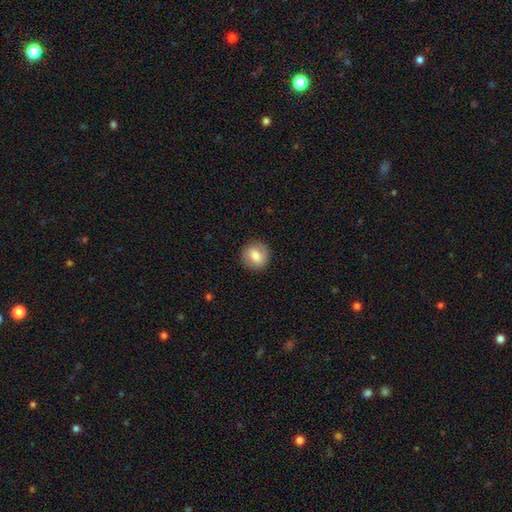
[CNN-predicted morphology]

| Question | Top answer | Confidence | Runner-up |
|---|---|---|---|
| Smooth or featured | smooth | 73% | featured or disk (19%) |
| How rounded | round | 88% | in between (11%) |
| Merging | none | 88% | minor disturbance (8%) |